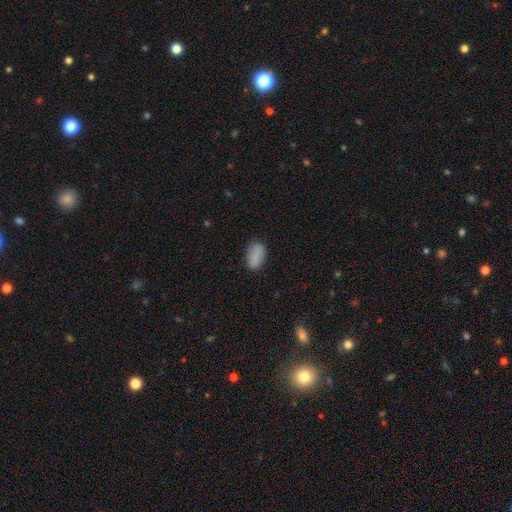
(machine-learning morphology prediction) Smooth or featured? Predicted: smooth (p=0.85). How rounded? Predicted: in between (p=0.92). Merging? Predicted: none (p=0.81).